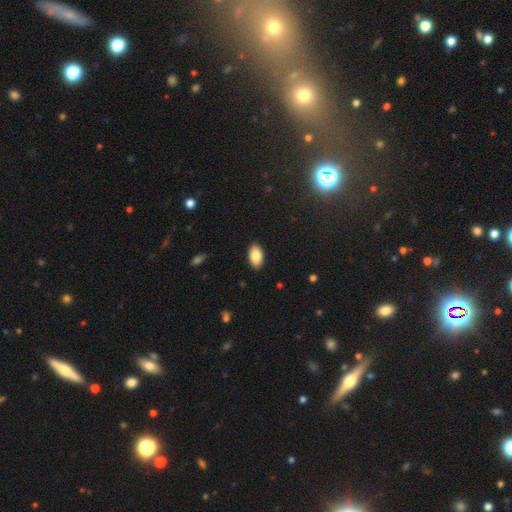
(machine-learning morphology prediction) Q: Smooth or featured?
A: smooth (85%); runner-up: featured or disk (8%)
Q: How rounded?
A: in between (94%); runner-up: round (4%)
Q: Merging?
A: none (89%); runner-up: minor disturbance (8%)